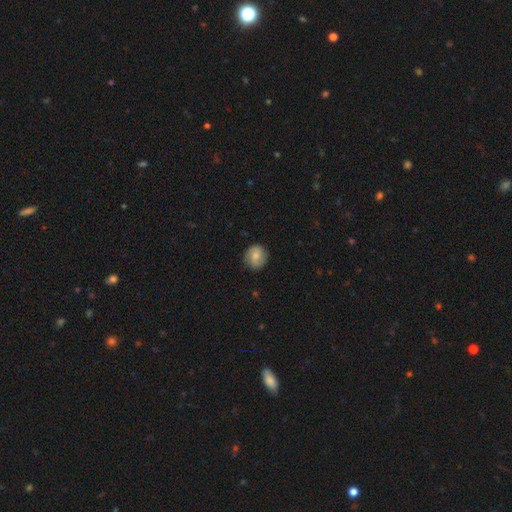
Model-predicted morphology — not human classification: type=smooth (67%); roundness=round (84%); merging=none (83%).